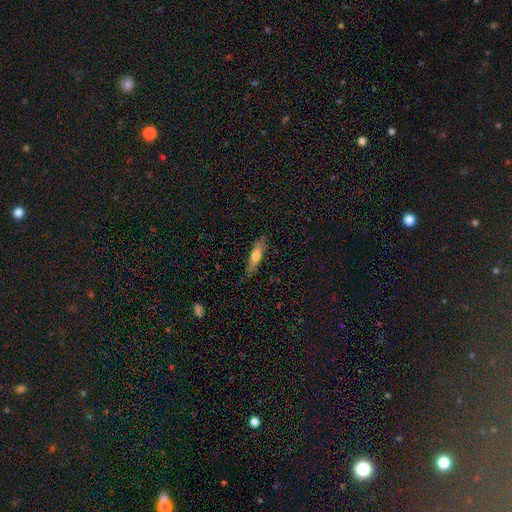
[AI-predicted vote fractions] smooth 60%, featured or disk 34%, star or artifact 6%. Down the decision tree: how rounded — cigar-shaped (70%); merging — none (81%).